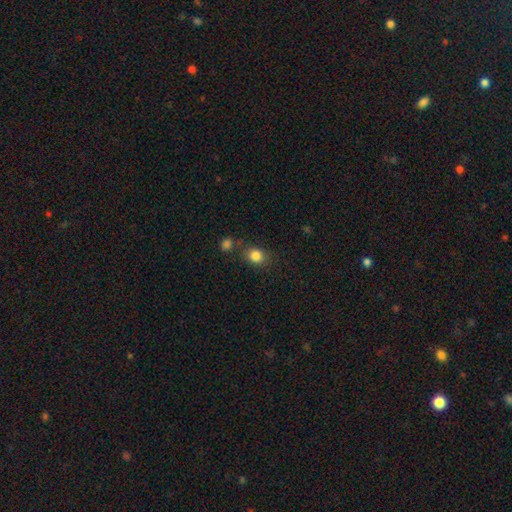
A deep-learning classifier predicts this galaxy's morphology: smooth-or-featured: smooth: 84% | star or artifact: 11% | featured or disk: 6%
  how-rounded: round: 57% | in between: 42% | cigar-shaped: 1%
  merging: none: 74% | minor disturbance: 13% | merger: 9% | major disturbance: 4%